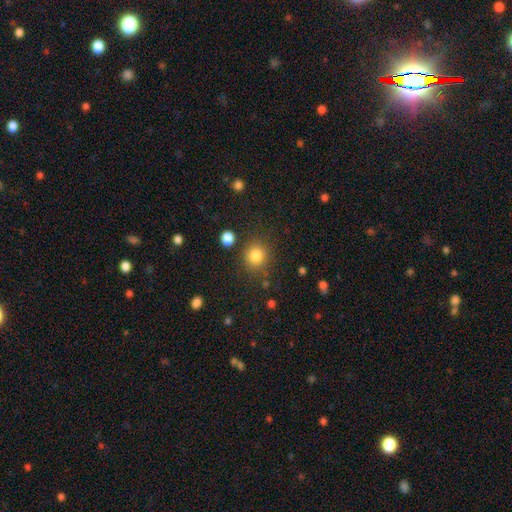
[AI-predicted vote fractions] This appears to be a smooth galaxy with no disk features (83%) that is round (87%). Merging: none (82%).